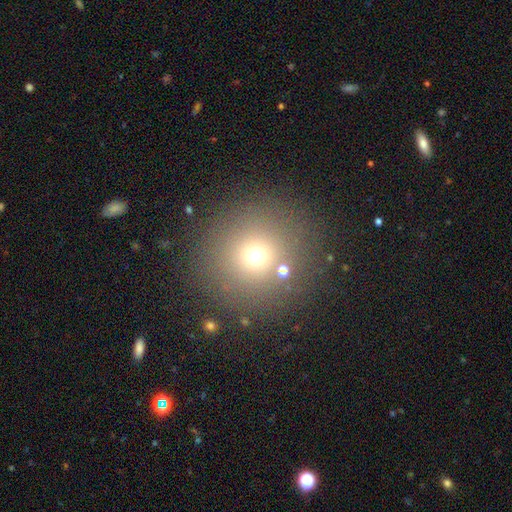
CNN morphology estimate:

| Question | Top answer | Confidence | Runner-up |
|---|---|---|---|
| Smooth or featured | smooth | 66% | star or artifact (22%) |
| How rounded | round | 93% | in between (6%) |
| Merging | none | 84% | minor disturbance (7%) |